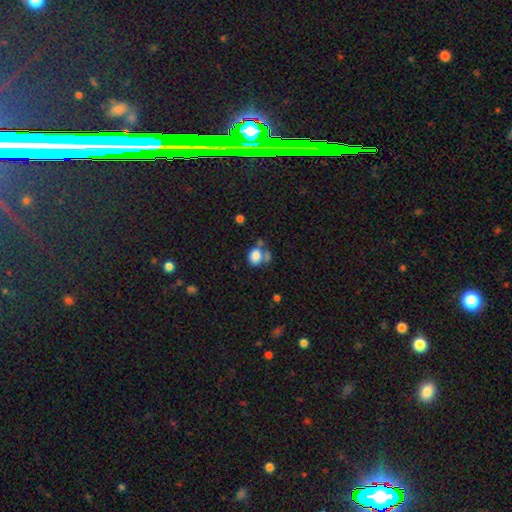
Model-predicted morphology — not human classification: type=smooth (81%); roundness=in between (53%); merging=none (40%).